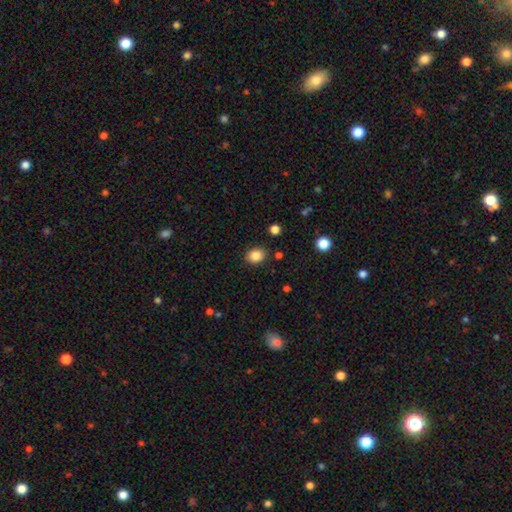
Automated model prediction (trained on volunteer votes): Smooth or featured? smooth (85%)
How rounded? round (52%)
Merging? none (86%)